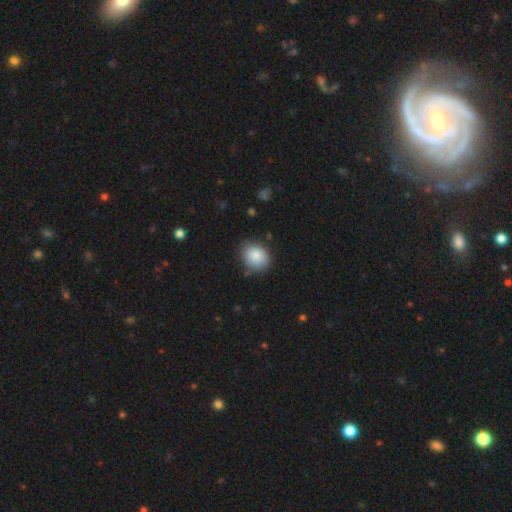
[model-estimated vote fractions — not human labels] This is clearly a smooth galaxy (86%). How rounded: possibly round (58%). Merging: likely none (79%).